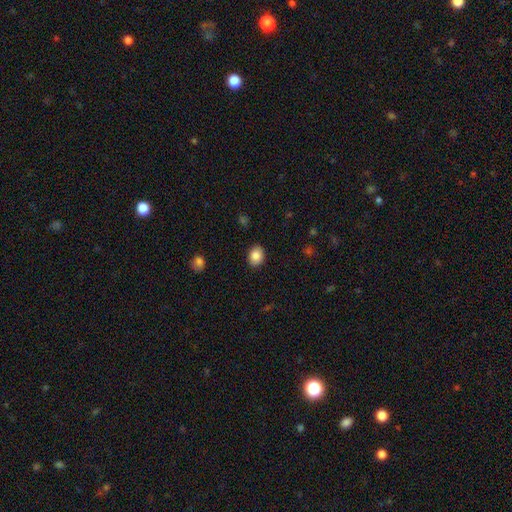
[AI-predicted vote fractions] smooth_or_featured: smooth (p=0.86) [alt: star or artifact p=0.08]
how_rounded: in between (p=0.53) [alt: round p=0.46]
merging: none (p=0.89) [alt: minor disturbance p=0.08]